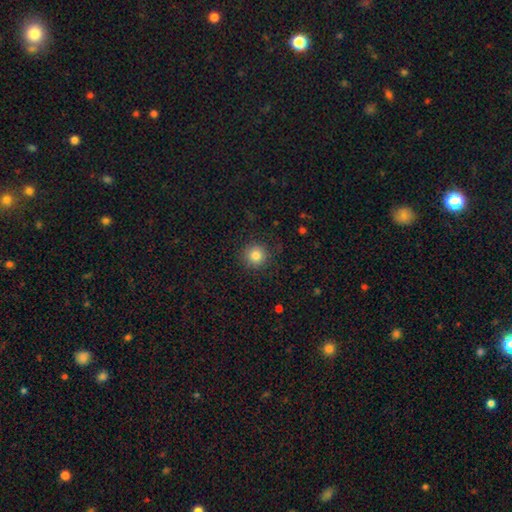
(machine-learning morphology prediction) Overall: smooth (82%). How rounded: round (94%). Merging: none (88%).